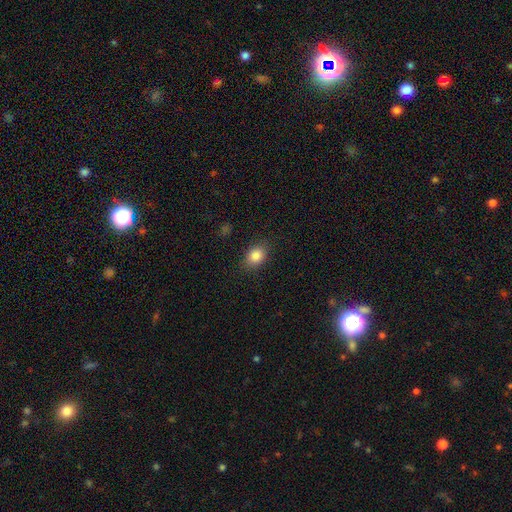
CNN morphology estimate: Smooth or featured: smooth — 85% (star or artifact — 9%)
How rounded: in between — 67% (round — 31%)
Merging: none — 84% (minor disturbance — 12%)